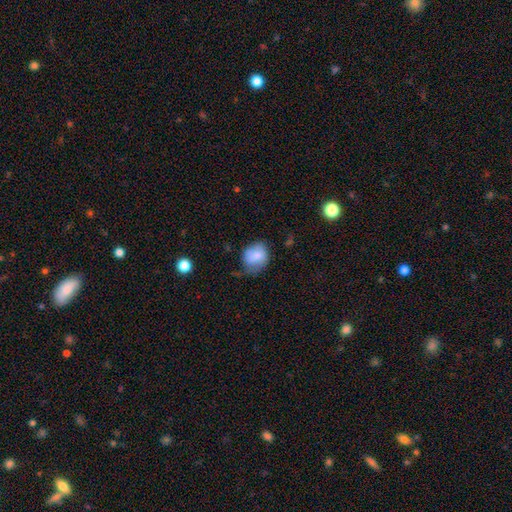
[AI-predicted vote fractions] A smooth galaxy with no disk features (76%) that is round (62%). Merging: none (44%).